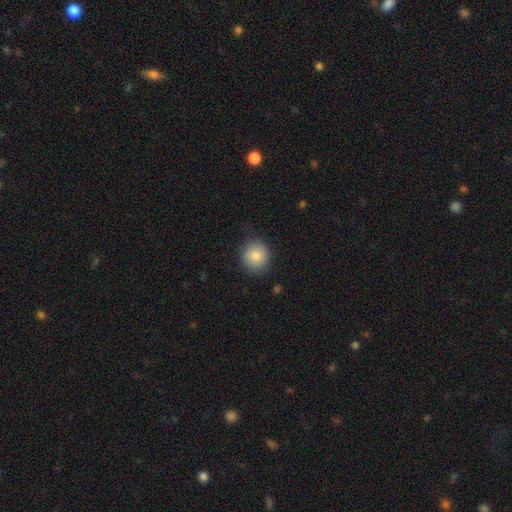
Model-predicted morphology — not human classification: A smooth galaxy with no disk features (84%) that is round (88%). Merging: none (77%).